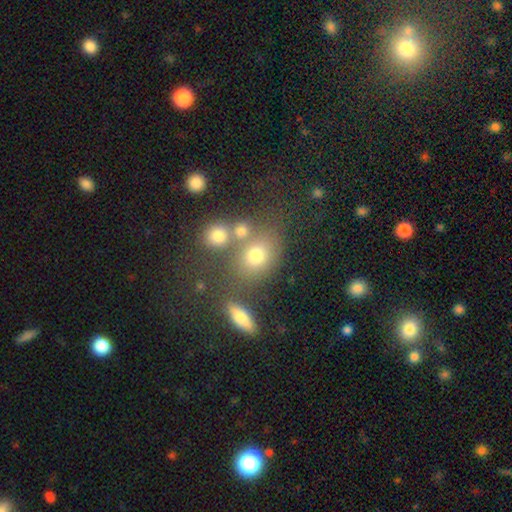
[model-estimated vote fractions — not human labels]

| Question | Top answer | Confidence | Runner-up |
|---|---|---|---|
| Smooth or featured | smooth | 71% | star or artifact (15%) |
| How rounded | in between | 51% | round (47%) |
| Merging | none | 54% | merger (25%) |